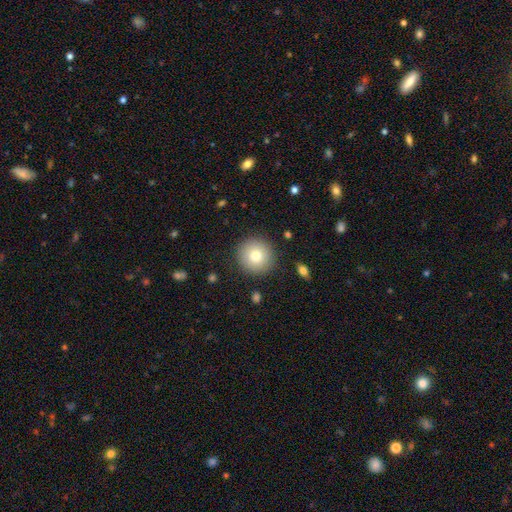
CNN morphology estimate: smooth-or-featured: smooth: 77% | featured or disk: 13% | star or artifact: 10%
  how-rounded: round: 95% | in between: 4% | cigar-shaped: 1%
  merging: none: 90% | minor disturbance: 6% | major disturbance: 2% | merger: 1%